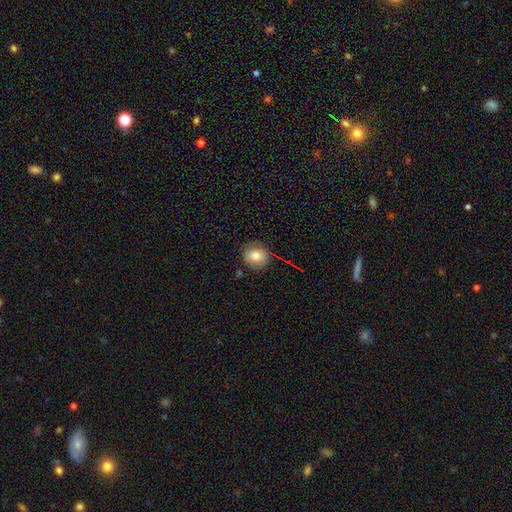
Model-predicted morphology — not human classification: This is clearly a smooth galaxy (82%). How rounded: clearly round (80%). Merging: clearly none (82%).